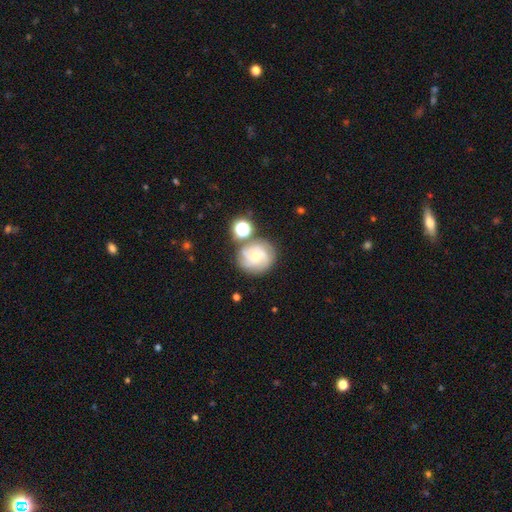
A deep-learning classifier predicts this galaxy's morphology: Q: Smooth or featured?
A: featured or disk (62%); runner-up: smooth (28%)
Q: Edge-on disk?
A: no (97%); runner-up: yes (3%)
Q: Bar?
A: no (72%); runner-up: weak (24%)
Q: Spiral arms?
A: yes (89%); runner-up: no (11%)
Q: Spiral winding?
A: tight (50%); runner-up: medium (38%)
Q: Spiral arm count?
A: 3 (36%); runner-up: can't tell (25%)
Q: Bulge size?
A: small (55%); runner-up: moderate (38%)
Q: Merging?
A: none (66%); runner-up: minor disturbance (15%)